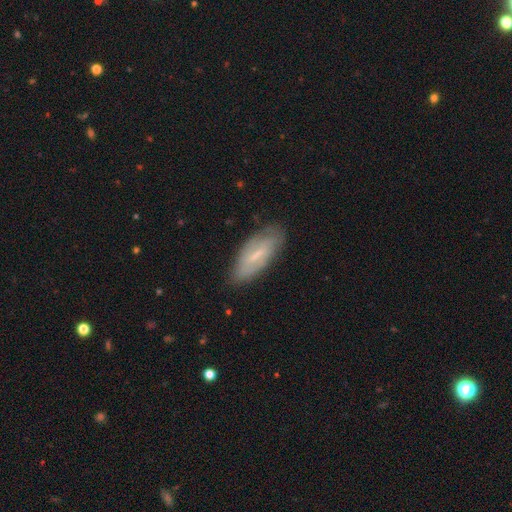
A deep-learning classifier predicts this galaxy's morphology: A featured or disk galaxy (49%).

Vote fractions:
- Smooth or featured? featured or disk: 49% / smooth: 44% / star or artifact: 7%
- Merging? none: 75% / minor disturbance: 19% / major disturbance: 4% / merger: 2%